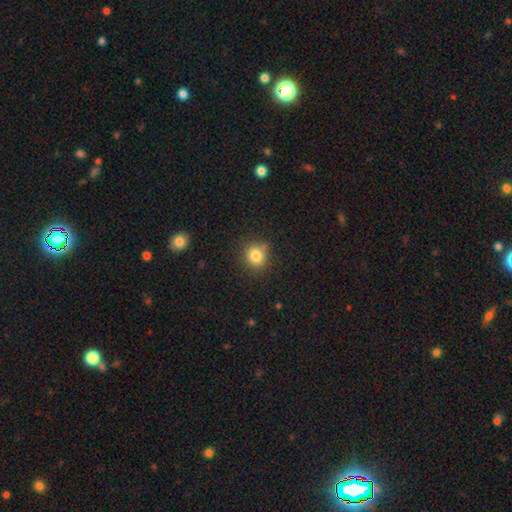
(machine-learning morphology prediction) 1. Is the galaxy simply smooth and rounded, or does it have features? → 81% smooth, 12% star or artifact, 7% featured or disk.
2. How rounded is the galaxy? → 87% round, 12% in between, 1% cigar-shaped.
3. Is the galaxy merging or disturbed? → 80% none, 13% minor disturbance, 4% merger, 3% major disturbance.